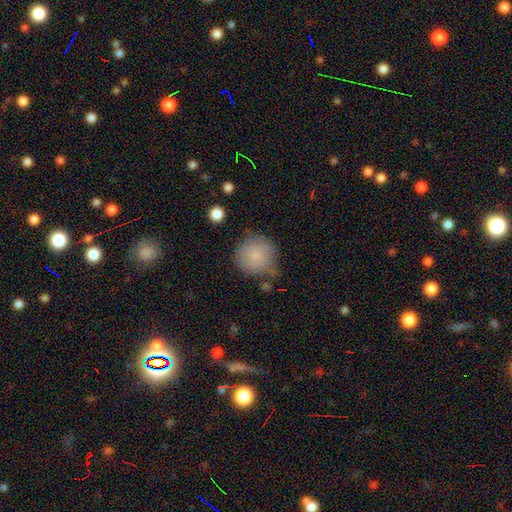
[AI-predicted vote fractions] Smooth or featured: smooth — 82% (featured or disk — 10%)
How rounded: round — 92% (in between — 7%)
Merging: none — 63% (minor disturbance — 25%)